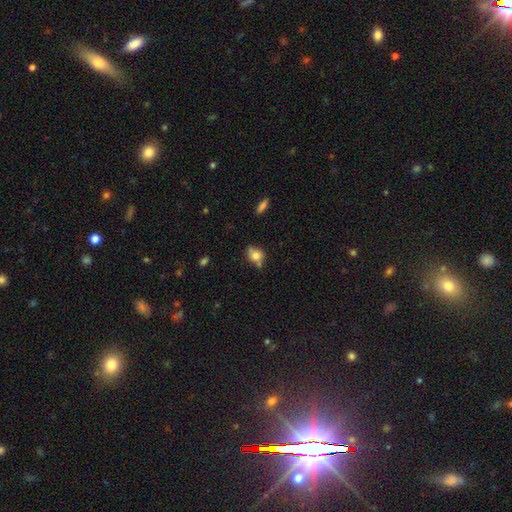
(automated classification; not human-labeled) Smooth or featured?
  - smooth: 72% *
  - featured or disk: 19%
  - star or artifact: 10%
How rounded?
  - in between: 63% *
  - round: 35%
  - cigar-shaped: 3%
Merging?
  - none: 53% *
  - minor disturbance: 25%
  - merger: 15%
  - major disturbance: 6%